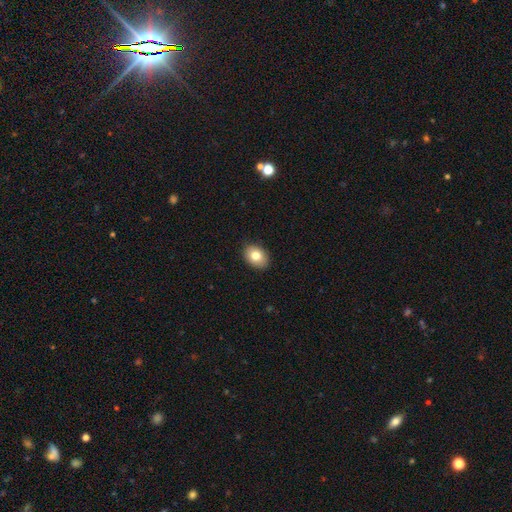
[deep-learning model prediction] Morphology: type=smooth (80%); roundness=in between (74%); merging=none (88%).